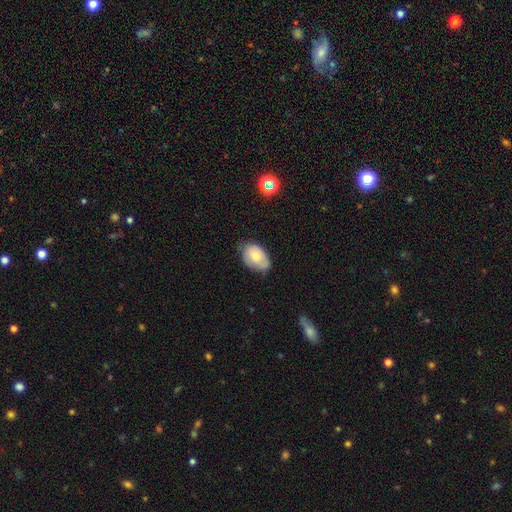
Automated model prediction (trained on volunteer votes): smooth 68%, featured or disk 24%, star or artifact 8%. Down the decision tree: how rounded — in between (88%); merging — none (59%).